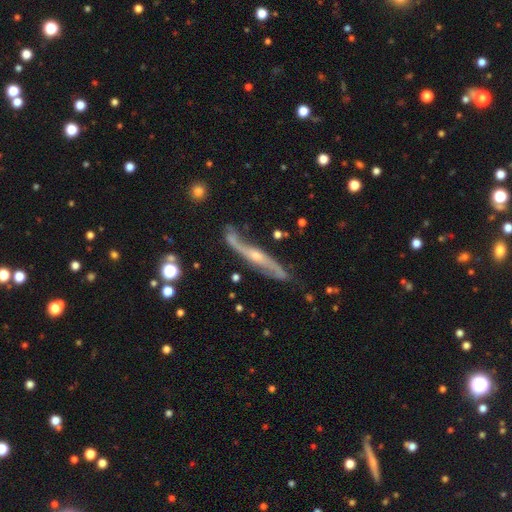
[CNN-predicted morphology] The model was most divided on "edge-on disk": yes: 64%, no: 36%. More confident: smooth or featured — featured or disk (78%); edge-on bulge — rounded (75%); merging — none (64%).